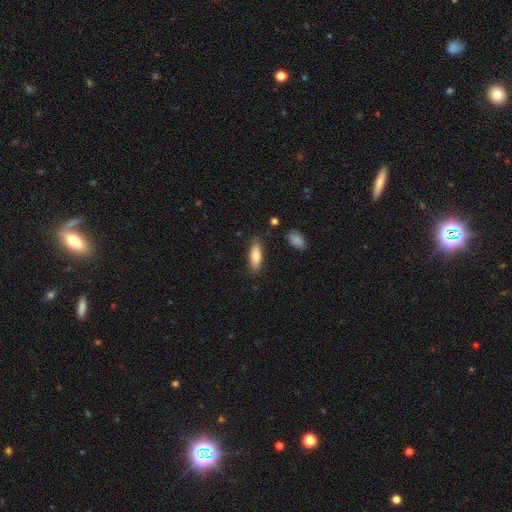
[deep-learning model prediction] A smooth galaxy with no disk features (80%) that is in between round and cigar-shaped (63%).

Vote fractions:
- Smooth or featured? smooth: 80% / featured or disk: 13% / star or artifact: 6%
- How rounded? in between: 63% / cigar-shaped: 36% / round: 2%
- Merging? none: 84% / minor disturbance: 11% / major disturbance: 2% / merger: 2%